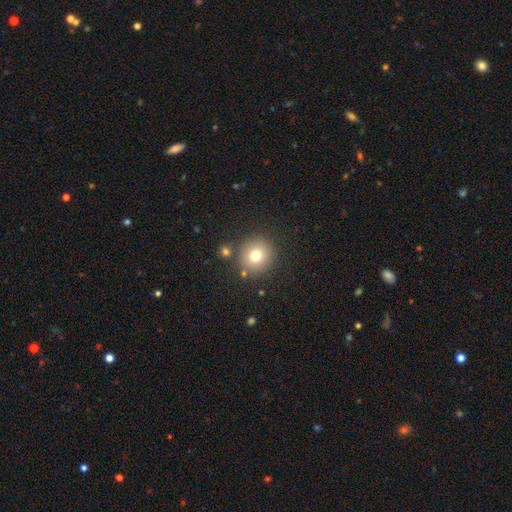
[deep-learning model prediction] Smooth or featured? smooth (76%)
How rounded? round (92%)
Merging? none (84%)